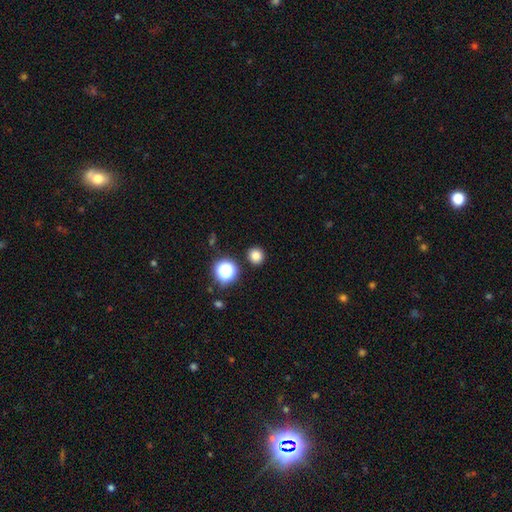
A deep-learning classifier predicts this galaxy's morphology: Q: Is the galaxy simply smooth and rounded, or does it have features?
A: smooth — 80%.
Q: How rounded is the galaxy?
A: round — 91%.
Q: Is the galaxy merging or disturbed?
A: none — 90%.